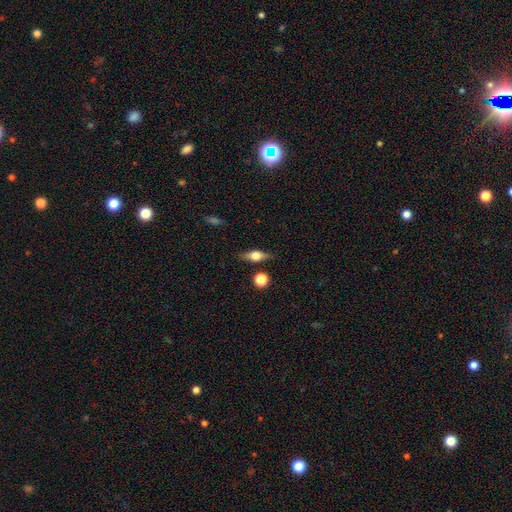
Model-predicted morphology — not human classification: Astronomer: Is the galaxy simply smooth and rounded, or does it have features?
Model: smooth — 47% (runner-up: featured or disk, 44%).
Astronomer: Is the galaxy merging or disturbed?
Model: none — 82%.